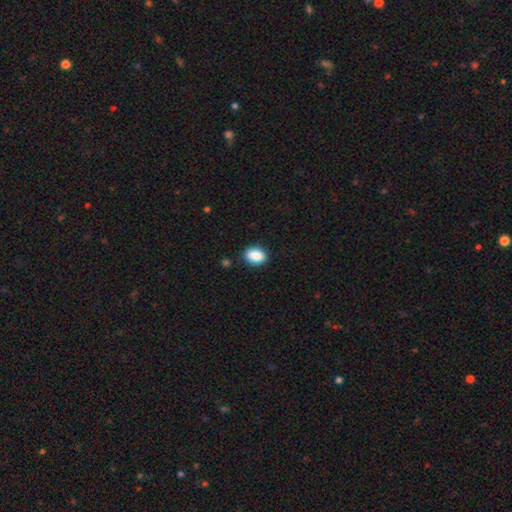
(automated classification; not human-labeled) smooth 88%, star or artifact 8%, featured or disk 4%. Down the decision tree: how rounded — in between (79%); merging — none (85%).